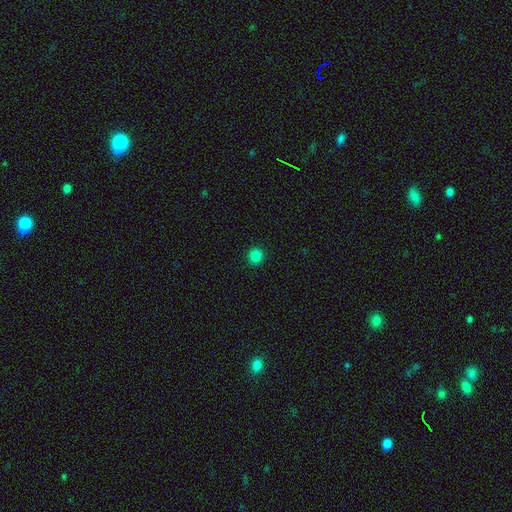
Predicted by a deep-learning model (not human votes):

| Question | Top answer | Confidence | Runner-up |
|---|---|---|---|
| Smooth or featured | smooth | 83% | star or artifact (13%) |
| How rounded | round | 90% | in between (9%) |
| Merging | none | 92% | minor disturbance (5%) |